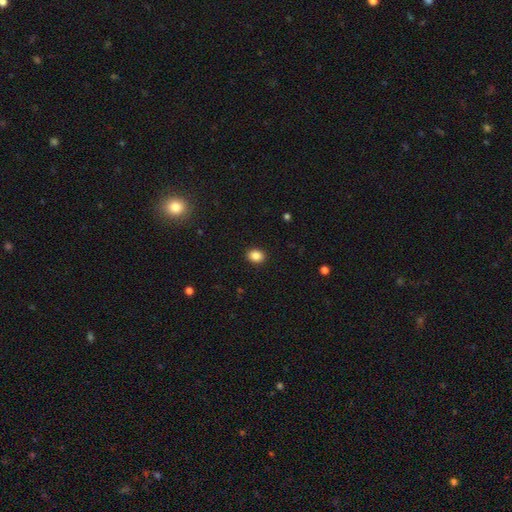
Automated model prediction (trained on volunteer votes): Morphology: type=smooth (87%); roundness=in between (51%); merging=none (91%).